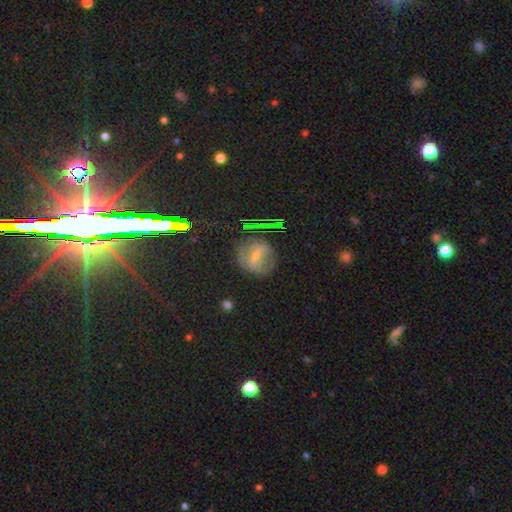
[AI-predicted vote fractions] The model was most divided on "smooth or featured": featured or disk: 41%, smooth: 30%, star or artifact: 29%. More confident: merging — none (65%).